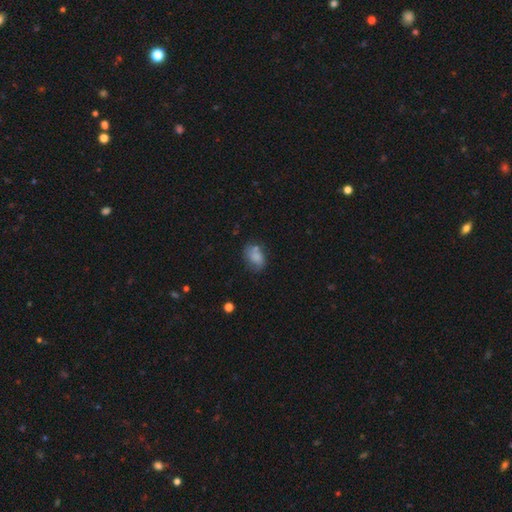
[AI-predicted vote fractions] Overall: smooth (71%). How rounded: in between (77%). Merging: none (49%; minor disturbance 26%).